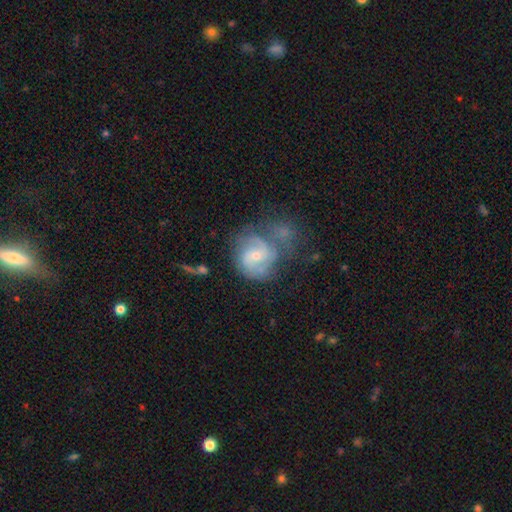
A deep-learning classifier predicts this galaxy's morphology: A featured or disk galaxy (75%) with no bar (52%), 2 (62%) medium (43%, tied with tight) spiral arms (91%) and a small central bulge (55%). Merging: none (42%).